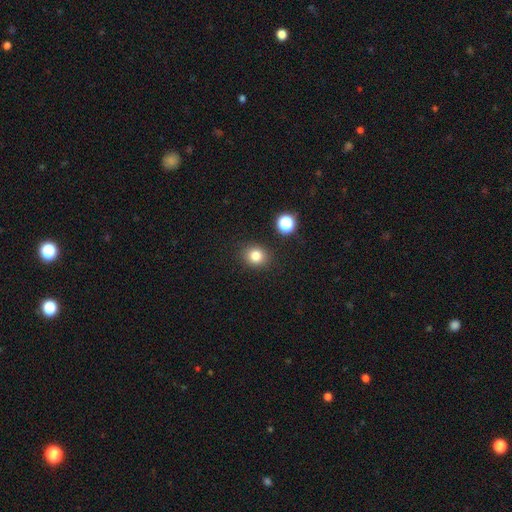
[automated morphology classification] smooth_or_featured: smooth (p=0.81) [alt: star or artifact p=0.13]
how_rounded: round (p=0.77) [alt: in between p=0.22]
merging: none (p=0.87) [alt: minor disturbance p=0.08]